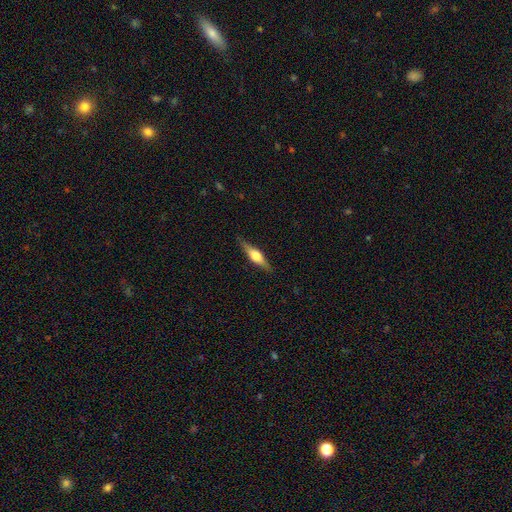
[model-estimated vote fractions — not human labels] Overall: featured or disk (62%; smooth 33%). Edge-on disk: yes (96%). Edge-on bulge: rounded (90%). Merging: none (87%).